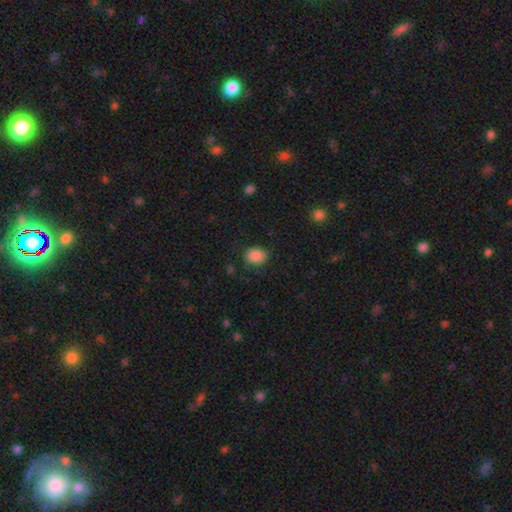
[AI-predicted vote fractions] A smooth galaxy with no disk features (87%) that is in between round and cigar-shaped (60%).

Vote fractions:
- Smooth or featured? smooth: 87% / star or artifact: 9% / featured or disk: 4%
- How rounded? in between: 60% / round: 40% / cigar-shaped: 1%
- Merging? none: 78% / minor disturbance: 16% / major disturbance: 4% / merger: 1%